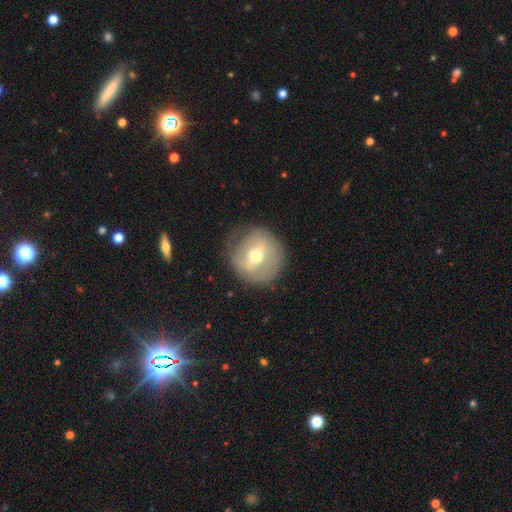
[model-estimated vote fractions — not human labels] featured or disk 54%, smooth 38%, star or artifact 8%. Down the decision tree: edge-on disk — no (92%); merging — none (77%).